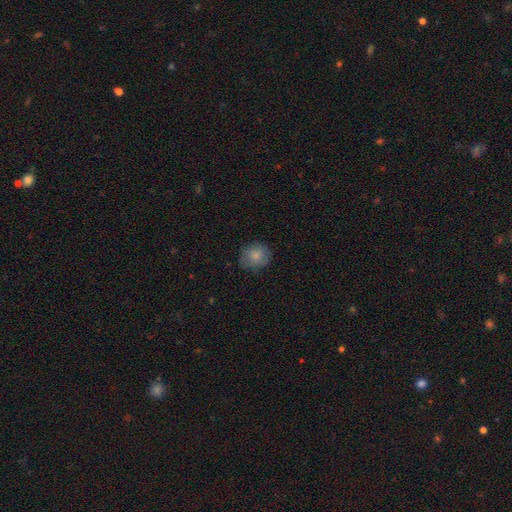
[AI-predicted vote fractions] Smooth or featured? Predicted: smooth (p=0.83). How rounded? Predicted: round (p=0.79). Merging? Predicted: none (p=0.78).